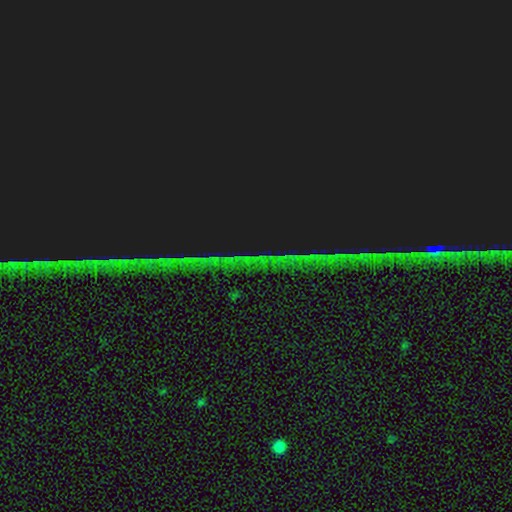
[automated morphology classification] This appears to be a star or artifact, not a galaxy (84%).